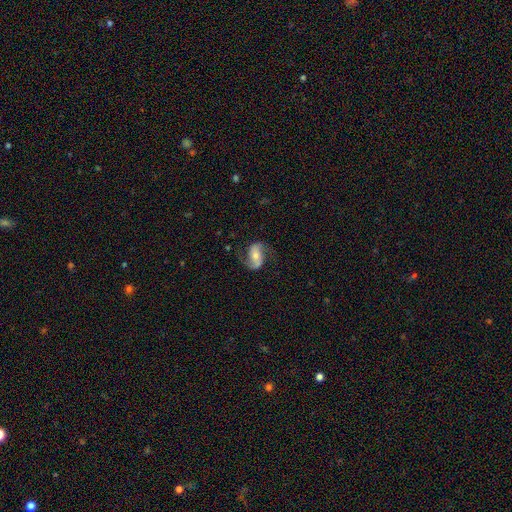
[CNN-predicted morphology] This is clearly a featured or disk galaxy (82%). It is clearly not viewed edge-on (97%). Bar: marginally weak (34%, tied with no). Spiral arm pattern: clearly yes (95%). Spiral arm count: clearly 2 (92%). Spiral winding: possibly loose (47%). Central bulge: possibly moderate (51%). Merging: likely none (75%).